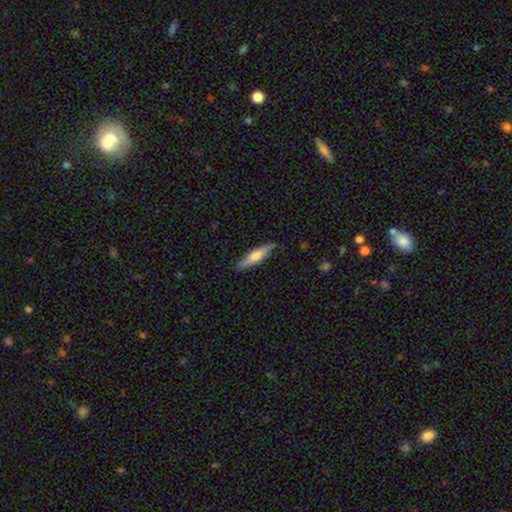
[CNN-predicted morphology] smooth_or_featured: smooth (p=0.67) [alt: featured or disk p=0.27]
how_rounded: cigar-shaped (p=0.77) [alt: in between p=0.22]
merging: none (p=0.86) [alt: minor disturbance p=0.11]